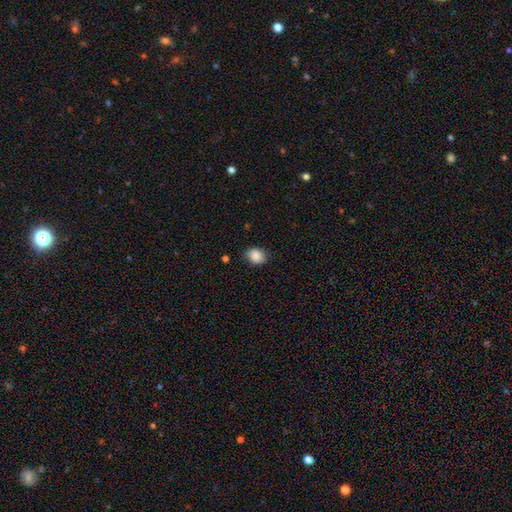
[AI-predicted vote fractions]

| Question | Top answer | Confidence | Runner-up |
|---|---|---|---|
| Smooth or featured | smooth | 87% | star or artifact (8%) |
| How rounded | in between | 54% | round (45%) |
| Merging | none | 78% | minor disturbance (18%) |